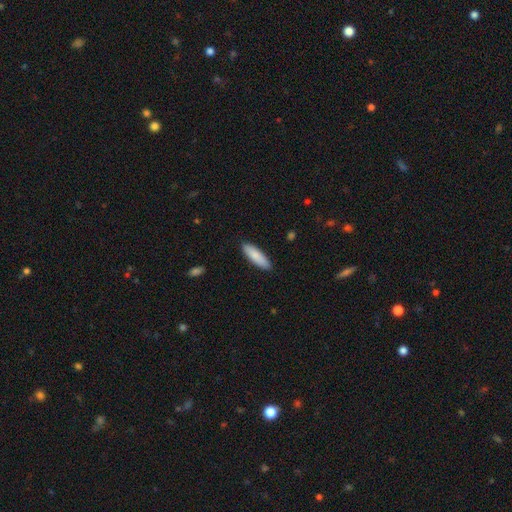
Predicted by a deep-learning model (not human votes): Smooth or featured: smooth — 86% (featured or disk — 8%)
How rounded: cigar-shaped — 54% (in between — 45%)
Merging: none — 90% (minor disturbance — 8%)